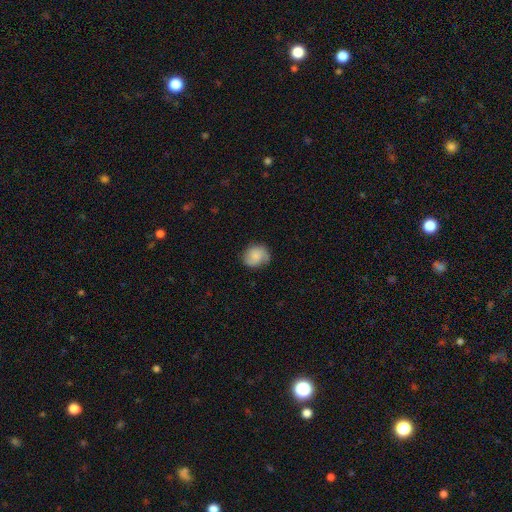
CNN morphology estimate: Overall: smooth (73%). How rounded: round (71%). Merging: none (67%).